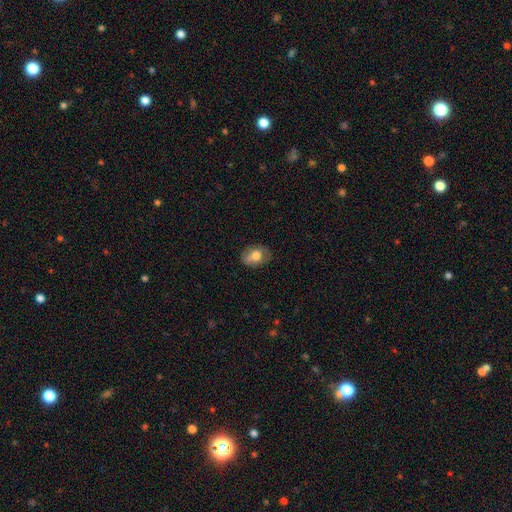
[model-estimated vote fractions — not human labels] smooth 68%, featured or disk 24%, star or artifact 8%. Down the decision tree: how rounded — in between (73%); merging — none (73%).